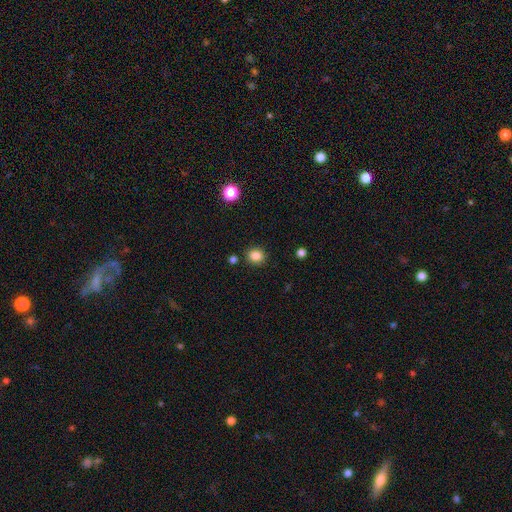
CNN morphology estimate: smooth_or_featured: smooth (p=0.85) [alt: star or artifact p=0.11]
how_rounded: round (p=0.75) [alt: in between p=0.24]
merging: none (p=0.87) [alt: minor disturbance p=0.08]